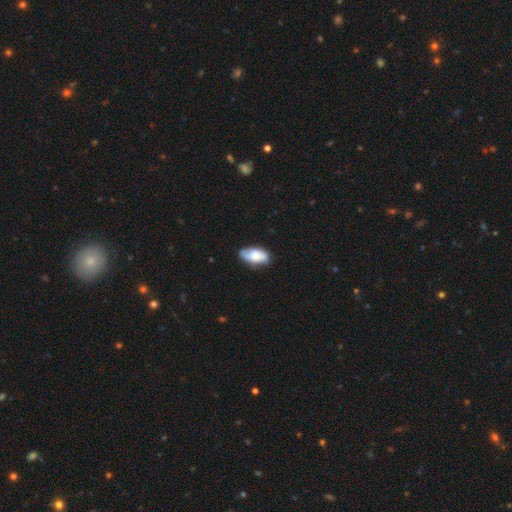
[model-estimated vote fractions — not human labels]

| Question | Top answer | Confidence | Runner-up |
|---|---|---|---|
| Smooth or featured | smooth | 67% | featured or disk (26%) |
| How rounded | in between | 92% | cigar-shaped (5%) |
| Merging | none | 69% | minor disturbance (24%) |